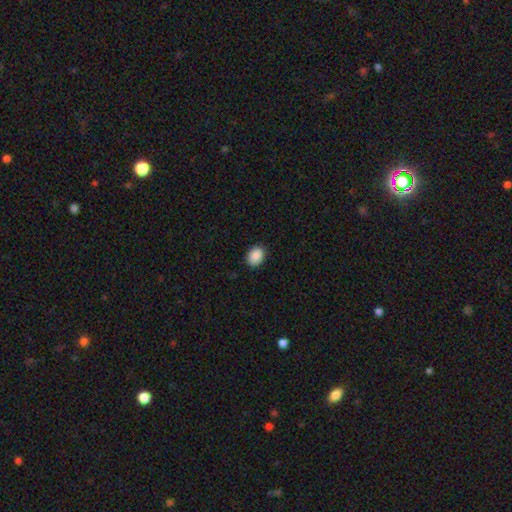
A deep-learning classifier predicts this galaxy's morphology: smooth 90%, star or artifact 8%, featured or disk 3%. Down the decision tree: how rounded — in between (63%); merging — none (88%).